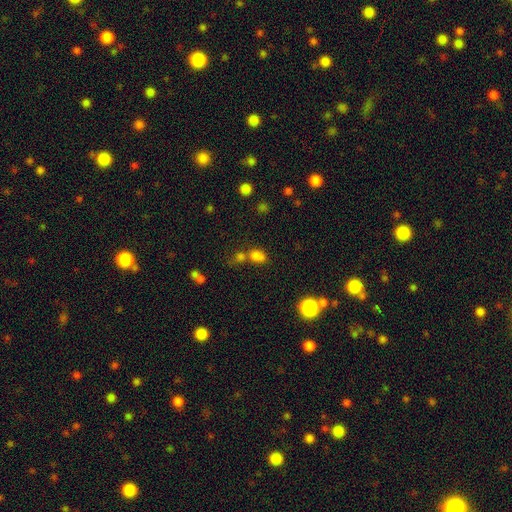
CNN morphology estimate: smooth_or_featured: smooth (p=0.73) [alt: star or artifact p=0.19]
how_rounded: in between (p=0.71) [alt: round p=0.26]
merging: merger (p=0.42) [alt: none p=0.40]